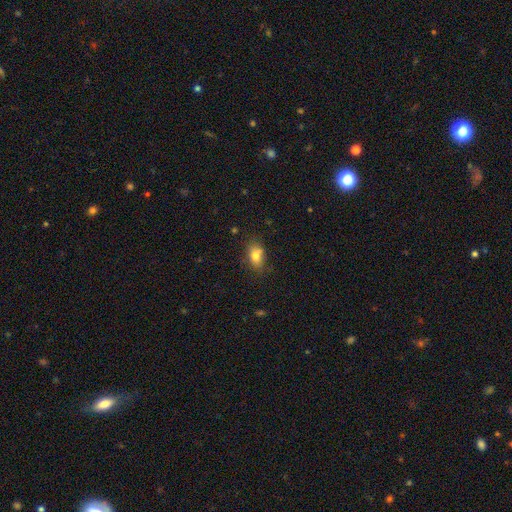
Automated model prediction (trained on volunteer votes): Smooth or featured? Predicted: smooth (p=0.76). How rounded? Predicted: in between (p=0.80). Merging? Predicted: none (p=0.67).